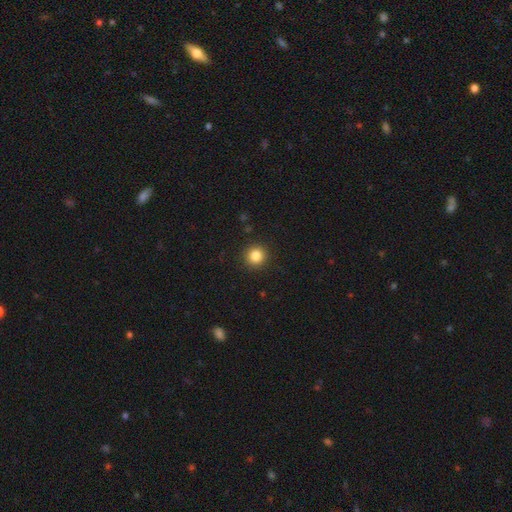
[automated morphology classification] The model was most divided on "smooth or featured": smooth: 84%, star or artifact: 11%, featured or disk: 5%. More confident: how rounded — round (94%); merging — none (92%).